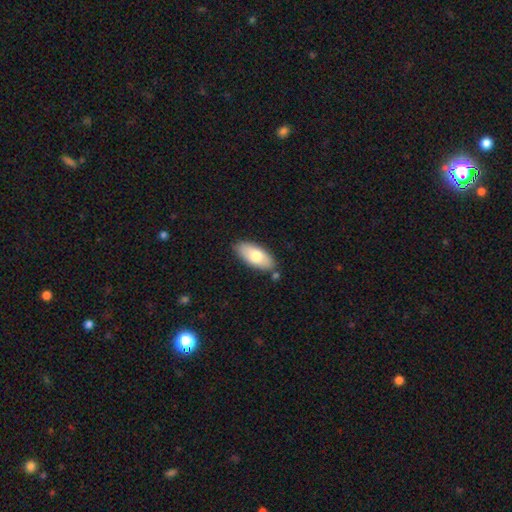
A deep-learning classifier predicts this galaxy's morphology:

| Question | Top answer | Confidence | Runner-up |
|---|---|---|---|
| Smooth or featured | smooth | 75% | featured or disk (19%) |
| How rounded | in between | 86% | cigar-shaped (12%) |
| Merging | none | 80% | minor disturbance (12%) |